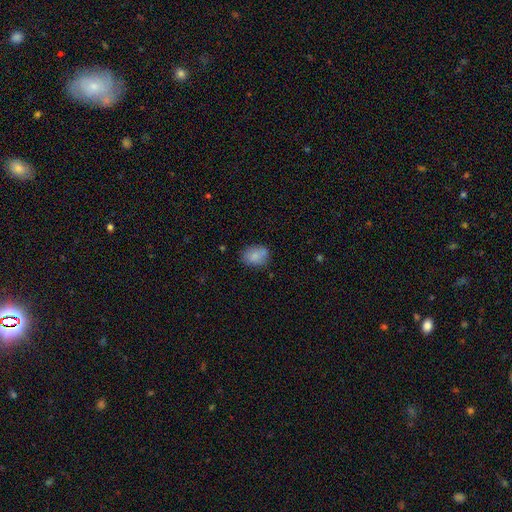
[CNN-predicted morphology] This is clearly a smooth galaxy (82%). How rounded: likely in between (71%). Merging: likely none (68%).